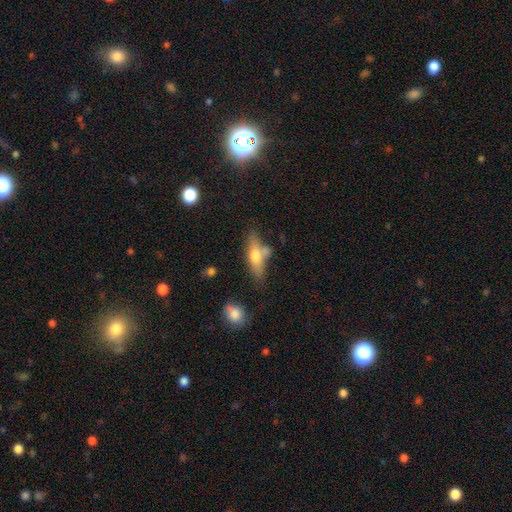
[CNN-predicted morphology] This is possibly a smooth galaxy (55%). How rounded: possibly in between (51%). Merging: possibly none (52%).